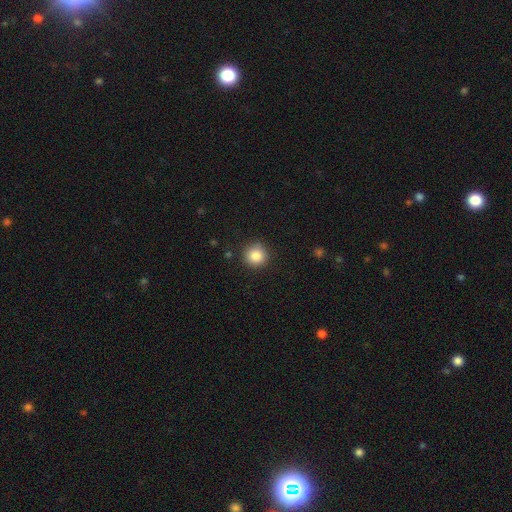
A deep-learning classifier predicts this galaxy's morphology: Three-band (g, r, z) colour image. It shows a smooth galaxy with no disk features (86%) that is round (94%). Merging: none (88%).